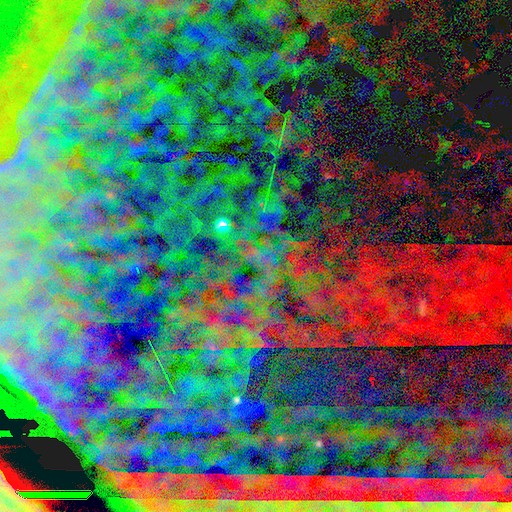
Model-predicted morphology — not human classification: A star or artifact, not a galaxy (85%).

Vote fractions:
- Smooth or featured? star or artifact: 85% / featured or disk: 8% / smooth: 7%